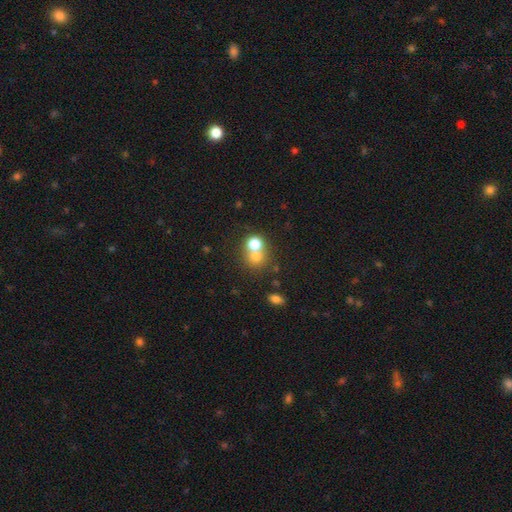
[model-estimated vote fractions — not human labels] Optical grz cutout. It shows a smooth galaxy with no disk features (72%) that is round (79%). Merging: merger (52%).